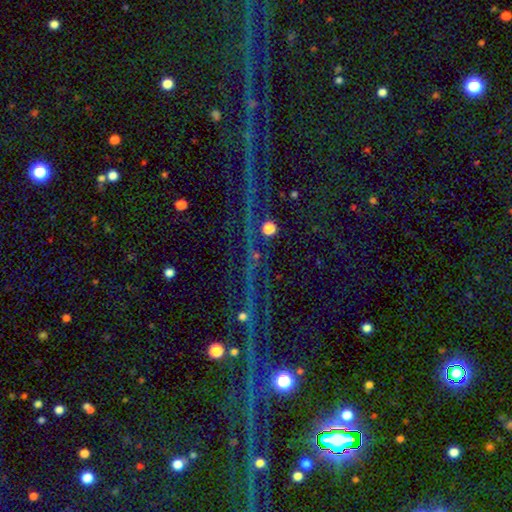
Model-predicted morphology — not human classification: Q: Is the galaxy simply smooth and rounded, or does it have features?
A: star or artifact — 74%.